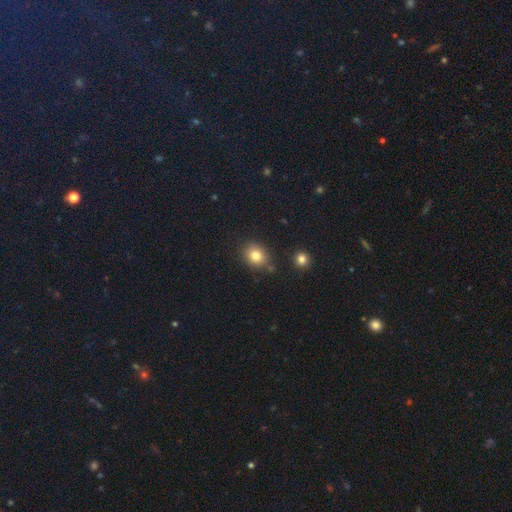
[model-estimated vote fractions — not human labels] The model was most divided on "how rounded": round: 61%, in between: 38%, cigar-shaped: 1%. More confident: smooth or featured — smooth (81%); merging — none (77%).